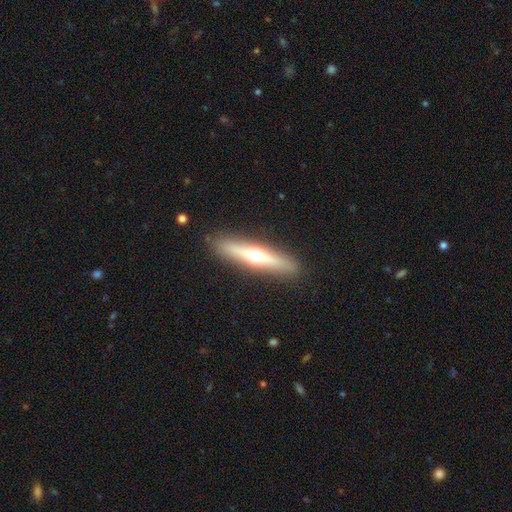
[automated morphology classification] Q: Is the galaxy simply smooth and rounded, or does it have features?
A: featured or disk — 58%.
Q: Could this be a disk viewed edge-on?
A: yes — 92%.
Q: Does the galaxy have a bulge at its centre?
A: rounded — 93%.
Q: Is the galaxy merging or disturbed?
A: none — 90%.